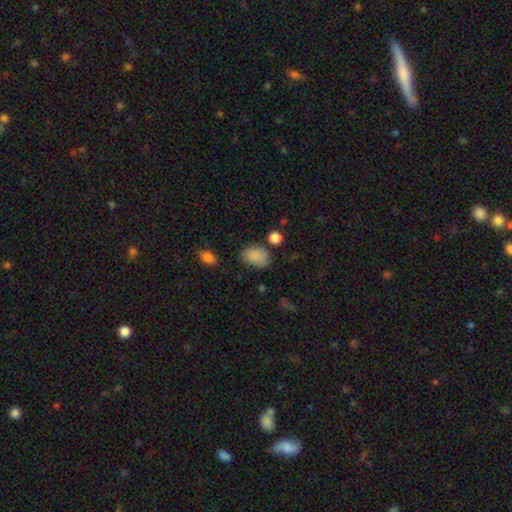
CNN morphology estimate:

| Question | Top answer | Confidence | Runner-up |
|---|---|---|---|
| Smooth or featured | smooth | 85% | star or artifact (10%) |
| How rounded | in between | 82% | round (17%) |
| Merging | none | 67% | minor disturbance (22%) |